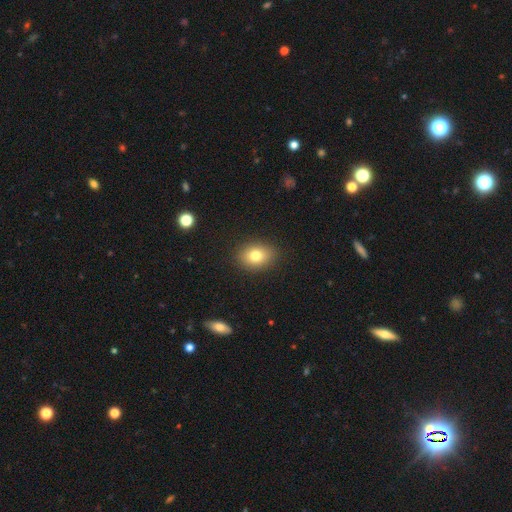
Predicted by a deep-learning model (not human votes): Overall: smooth (79%). How rounded: in between (62%; round 37%). Merging: none (88%).